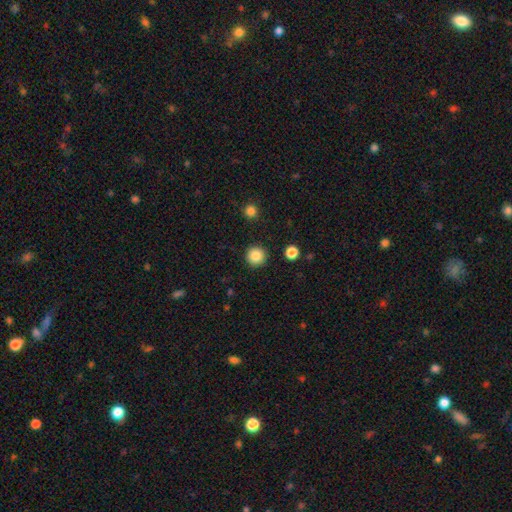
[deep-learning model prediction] A smooth galaxy with no disk features (86%) that is round (96%).

Vote fractions:
- Smooth or featured? smooth: 86% / star or artifact: 10% / featured or disk: 4%
- How rounded? round: 96% / in between: 4% / cigar-shaped: 1%
- Merging? none: 92% / minor disturbance: 4% / major disturbance: 2% / merger: 1%